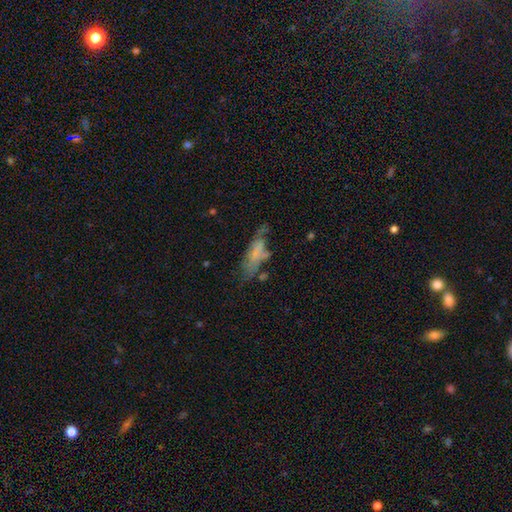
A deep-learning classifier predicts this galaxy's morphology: Smooth or featured? Predicted: smooth (p=0.55). How rounded? Predicted: in between (p=0.57). Merging? Predicted: none (p=0.39).